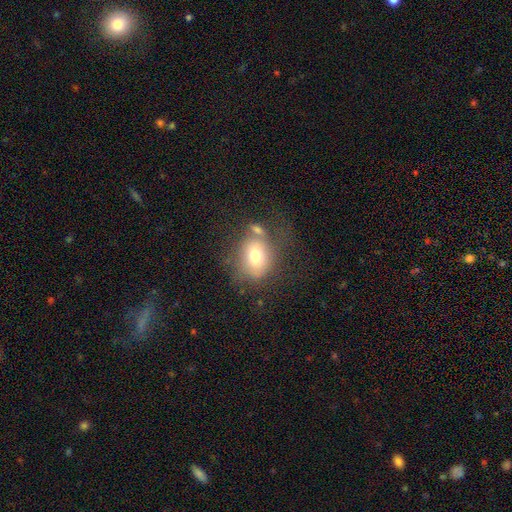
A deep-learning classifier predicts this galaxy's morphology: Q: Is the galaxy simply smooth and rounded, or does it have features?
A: smooth — 70%.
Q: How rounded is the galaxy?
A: round — 53%.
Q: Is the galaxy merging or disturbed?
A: none — 46%.